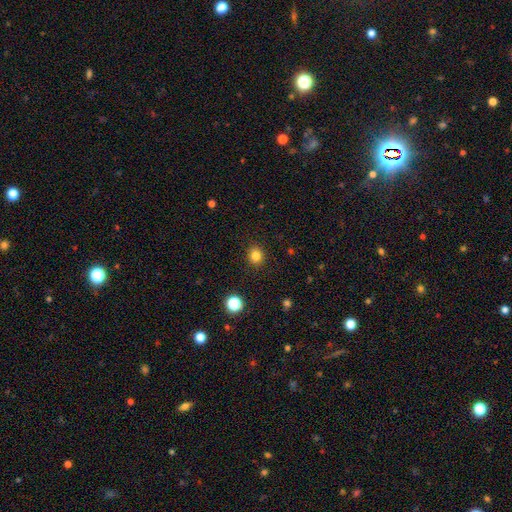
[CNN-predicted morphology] Smooth or featured: smooth — 82% (star or artifact — 13%)
How rounded: round — 83% (in between — 16%)
Merging: none — 90% (minor disturbance — 7%)